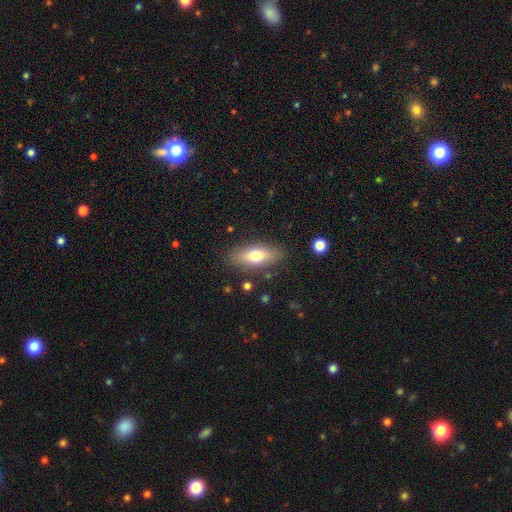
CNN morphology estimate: This is likely a smooth galaxy (71%). How rounded: likely in between (74%). Merging: clearly none (83%).